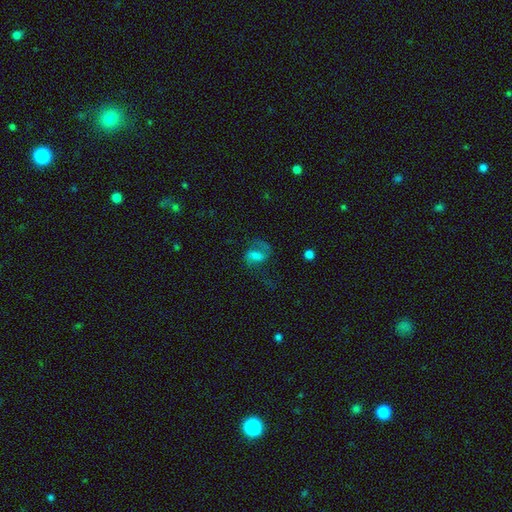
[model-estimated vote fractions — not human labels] Overall: featured or disk (55%; smooth 33%). Edge-on disk: no (97%). Bar: weak (46%; strong 27%). Spiral arms: yes (84%). Bulge size: moderate (32%; small 24%). Merging: none (52%; major disturbance 27%).